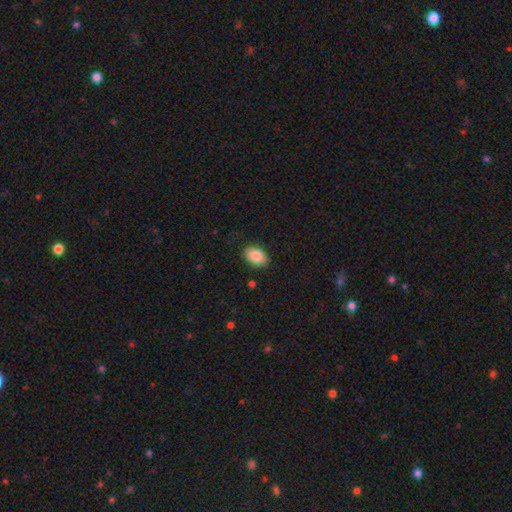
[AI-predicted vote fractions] smooth 87%, star or artifact 7%, featured or disk 6%. Down the decision tree: how rounded — in between (87%); merging — none (85%).